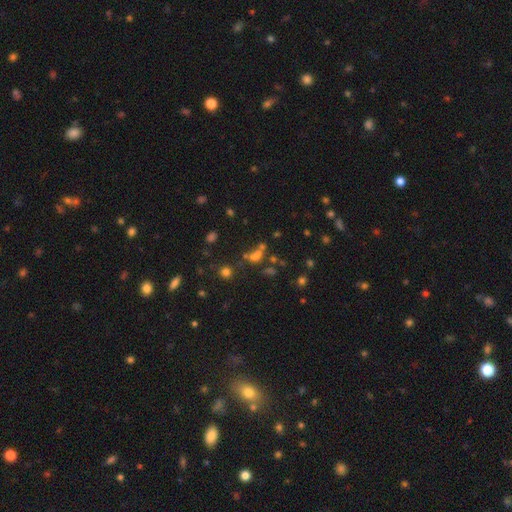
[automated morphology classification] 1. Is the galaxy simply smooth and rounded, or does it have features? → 46% smooth, 38% star or artifact, 16% featured or disk.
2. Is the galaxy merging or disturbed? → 45% none, 29% merger, 13% minor disturbance, 13% major disturbance.